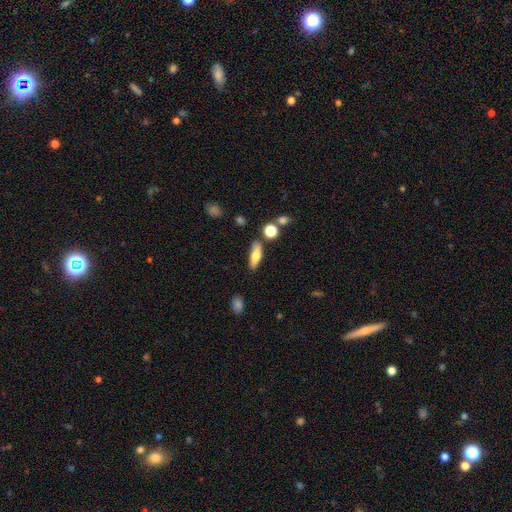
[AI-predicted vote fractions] smooth 69%, featured or disk 24%, star or artifact 8%. Down the decision tree: how rounded — in between (56%); merging — none (73%).